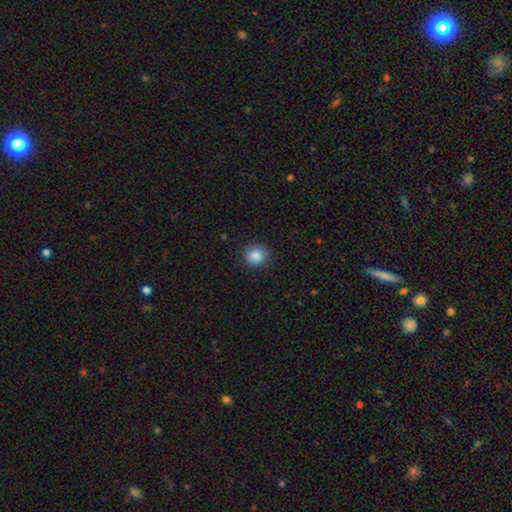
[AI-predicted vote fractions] smooth 85%, star or artifact 10%, featured or disk 5%. Down the decision tree: how rounded — round (89%); merging — none (89%).